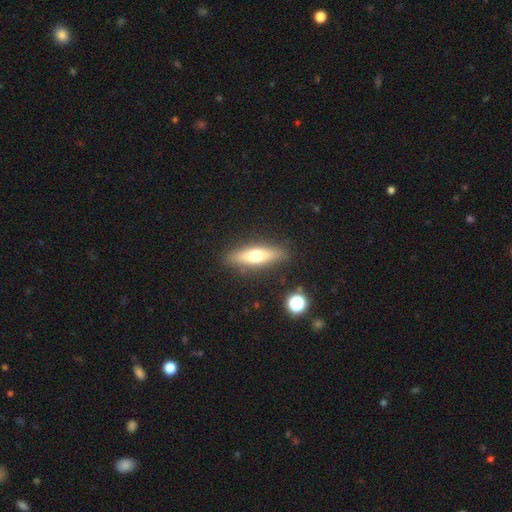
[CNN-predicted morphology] smooth 57%, featured or disk 36%, star or artifact 7%. Down the decision tree: how rounded — cigar-shaped (61%); merging — none (87%).